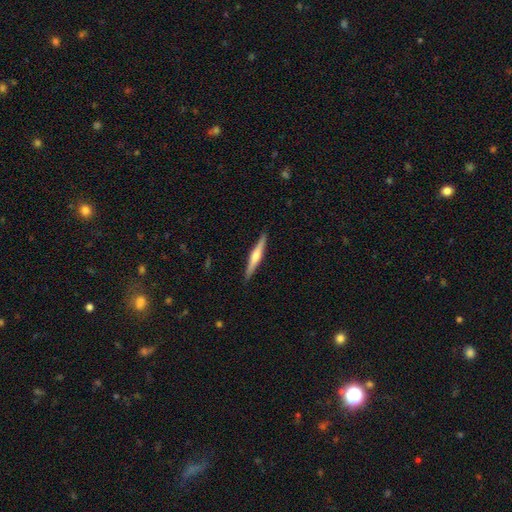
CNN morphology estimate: This appears to be a featured or disk galaxy (59%) viewed edge-on (98%) with a rounded central bulge (77%). Merging: none (91%).